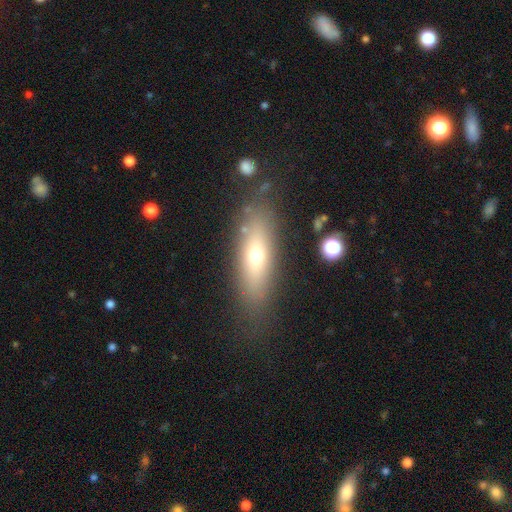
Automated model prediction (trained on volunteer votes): Q: Smooth or featured?
A: smooth (53%); runner-up: featured or disk (37%)
Q: How rounded?
A: cigar-shaped (49%); runner-up: in between (48%)
Q: Merging?
A: none (79%); runner-up: minor disturbance (13%)